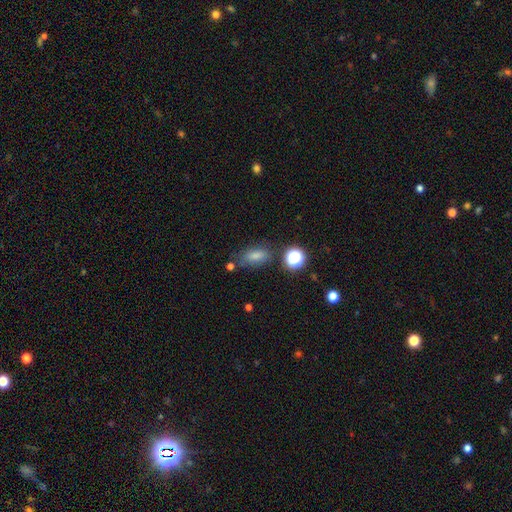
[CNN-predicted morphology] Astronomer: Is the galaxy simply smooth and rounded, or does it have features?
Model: smooth — 77%.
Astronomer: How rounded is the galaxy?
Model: in between — 79%.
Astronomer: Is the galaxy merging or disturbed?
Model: none — 65%.